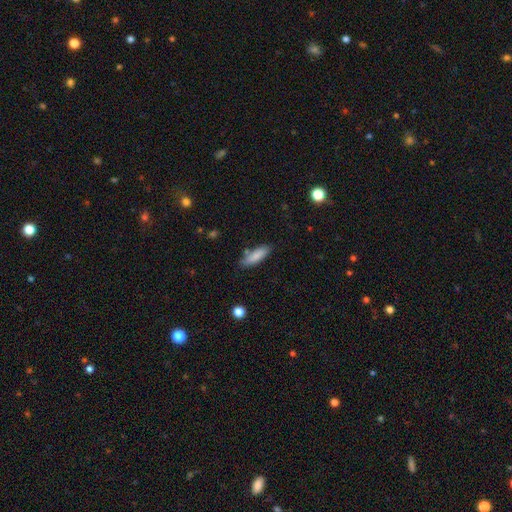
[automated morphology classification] smooth-or-featured: smooth: 84% | featured or disk: 10% | star or artifact: 7%
  how-rounded: cigar-shaped: 50% | in between: 48% | round: 2%
  merging: none: 75% | minor disturbance: 16% | merger: 6% | major disturbance: 3%